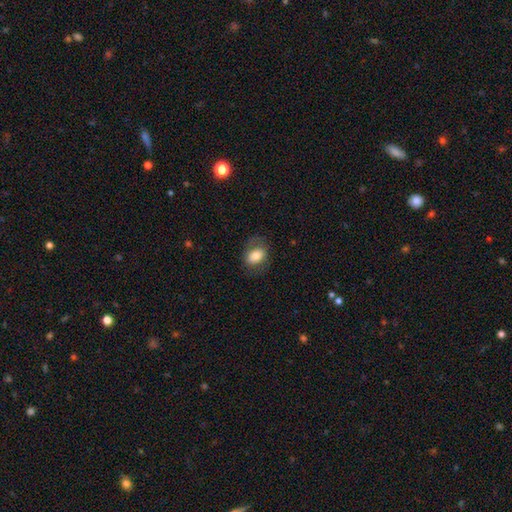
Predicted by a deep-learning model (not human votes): Morphology: type=smooth (75%); roundness=in between (79%); merging=none (72%).